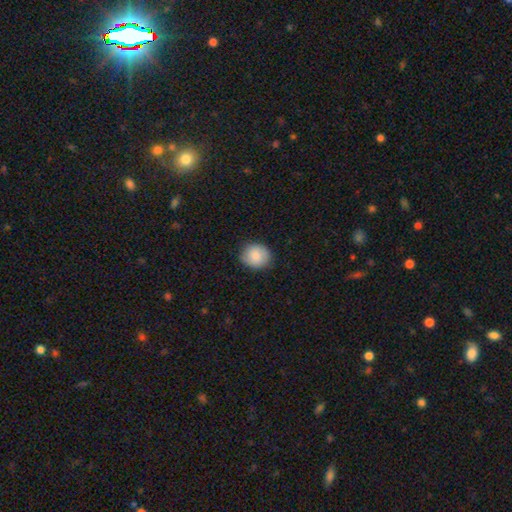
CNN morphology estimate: The model was most divided on "how rounded": round: 81%, in between: 18%, cigar-shaped: 1%. More confident: merging — none (86%); smooth or featured — smooth (85%).